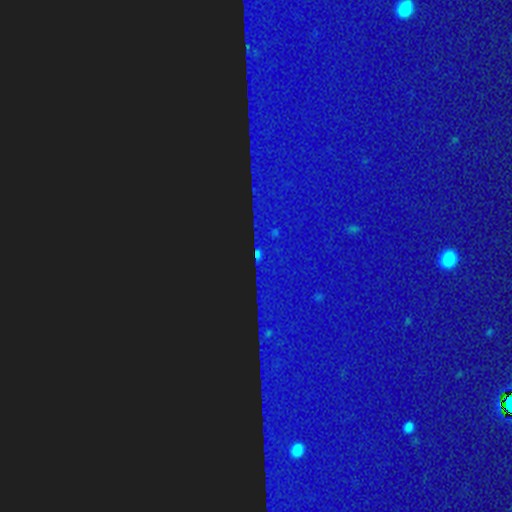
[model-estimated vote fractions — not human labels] Smooth or featured: star or artifact — 88% (featured or disk — 7%)